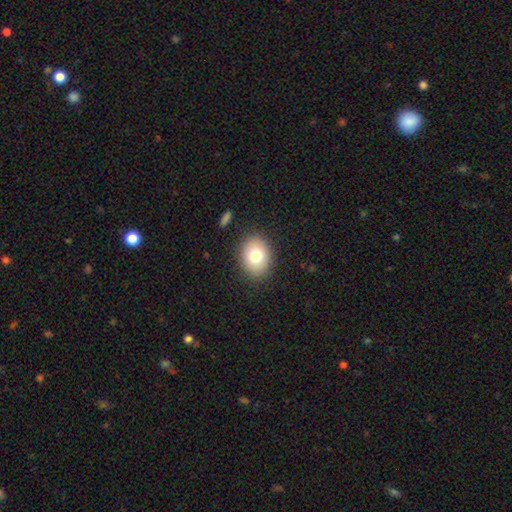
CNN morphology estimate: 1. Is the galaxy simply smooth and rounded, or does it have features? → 77% smooth, 13% featured or disk, 9% star or artifact.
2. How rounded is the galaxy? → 56% in between, 43% round, 1% cigar-shaped.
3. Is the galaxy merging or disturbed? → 87% none, 9% minor disturbance, 3% major disturbance, 1% merger.